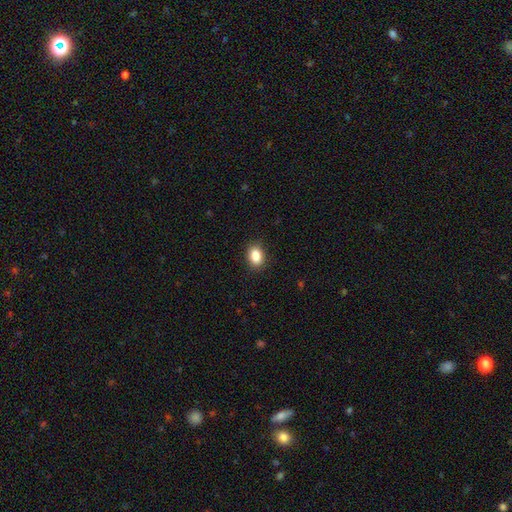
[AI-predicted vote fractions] Smooth or featured? smooth (87%)
How rounded? in between (76%)
Merging? none (88%)